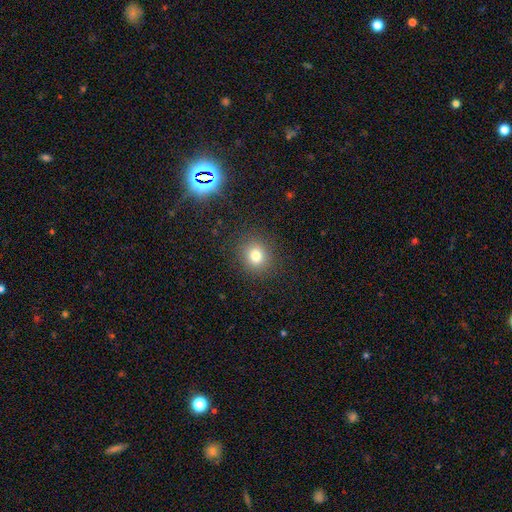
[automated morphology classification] A smooth galaxy with no disk features (78%) that is round (80%). Merging: none (88%).